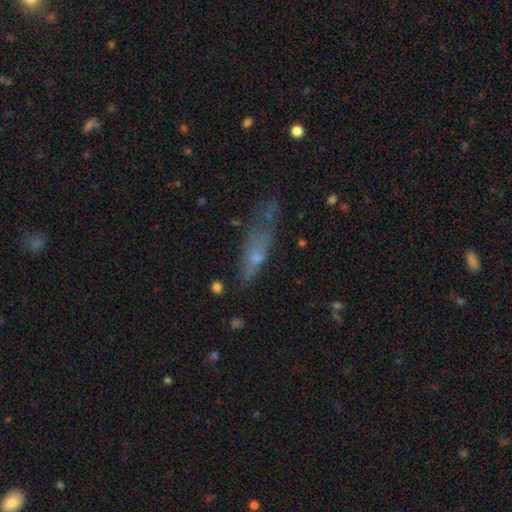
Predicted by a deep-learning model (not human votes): smooth-or-featured: smooth: 52% | featured or disk: 36% | star or artifact: 12%
  how-rounded: cigar-shaped: 64% | in between: 32% | round: 4%
  merging: none: 37% | minor disturbance: 29% | major disturbance: 27% | merger: 7%